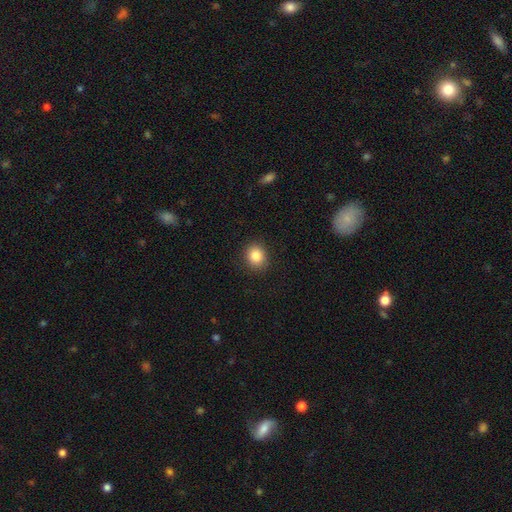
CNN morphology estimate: The model was most divided on "how rounded": round: 74%, in between: 25%, cigar-shaped: 1%. More confident: merging — none (89%); smooth or featured — smooth (85%).